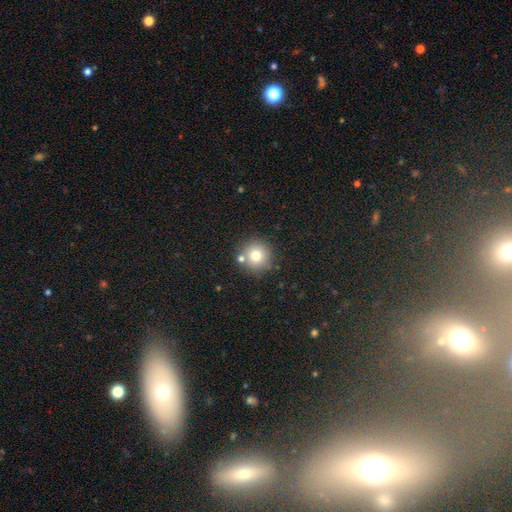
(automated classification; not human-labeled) This is likely a smooth galaxy (75%). How rounded: clearly round (94%). Merging: likely none (79%).